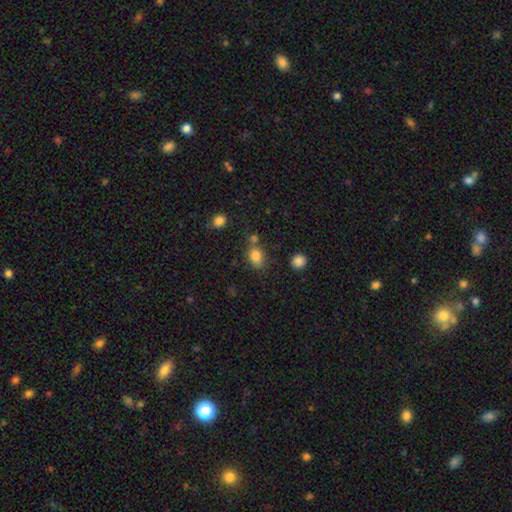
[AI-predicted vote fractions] smooth-or-featured: smooth: 82% | star or artifact: 11% | featured or disk: 7%
  how-rounded: in between: 62% | round: 37% | cigar-shaped: 1%
  merging: none: 60% | minor disturbance: 18% | merger: 17% | major disturbance: 5%